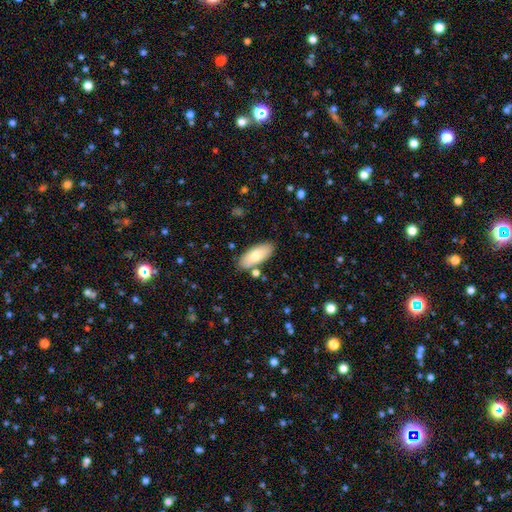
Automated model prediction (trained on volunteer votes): The model was most divided on "smooth or featured": smooth: 75%, featured or disk: 19%, star or artifact: 6%. More confident: how rounded — in between (83%); merging — none (82%).